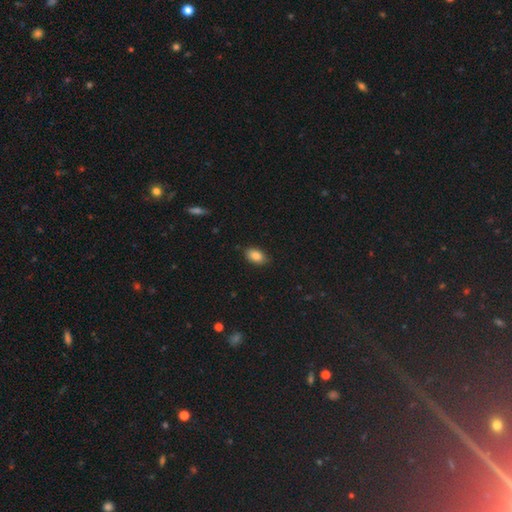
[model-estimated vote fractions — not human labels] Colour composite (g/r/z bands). It shows a smooth galaxy with no disk features (86%) that is in between round and cigar-shaped (89%). Merging: none (85%).